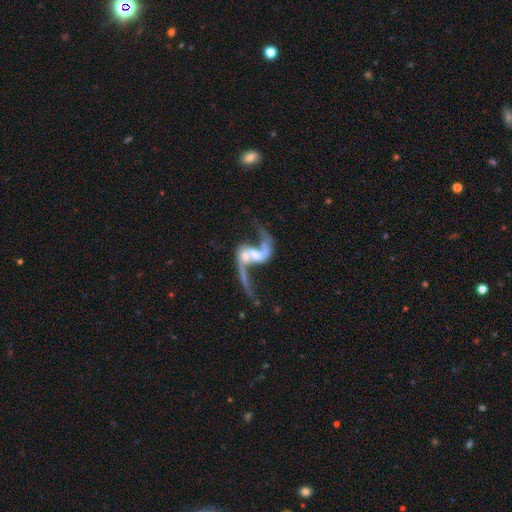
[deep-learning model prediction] smooth_or_featured: featured or disk (p=0.86) [alt: smooth p=0.08]
disk_edge_on: no (p=0.96) [alt: yes p=0.04]
bar: weak (p=0.39) [alt: no p=0.38]
has_spiral_arms: yes (p=0.91) [alt: no p=0.09]
spiral_winding: loose (p=0.89) [alt: medium p=0.09]
spiral_arm_count: 2 (p=0.89) [alt: 1 p=0.06]
bulge_size: moderate (p=0.36) [alt: small p=0.31]
merging: merger (p=0.49) [alt: none p=0.28]